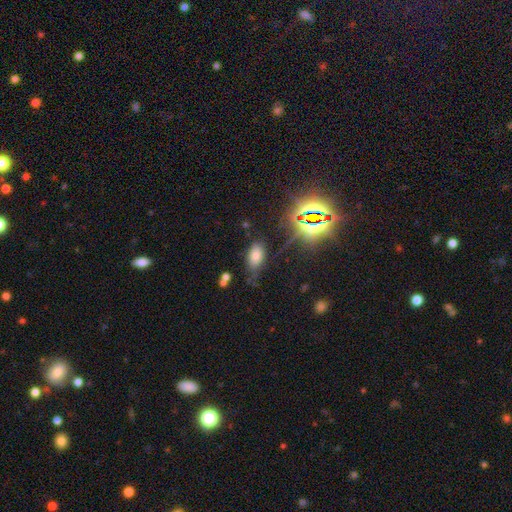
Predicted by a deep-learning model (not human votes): The model was most divided on "smooth or featured": smooth: 63%, star or artifact: 25%, featured or disk: 12%. More confident: how rounded — in between (91%); merging — none (66%).